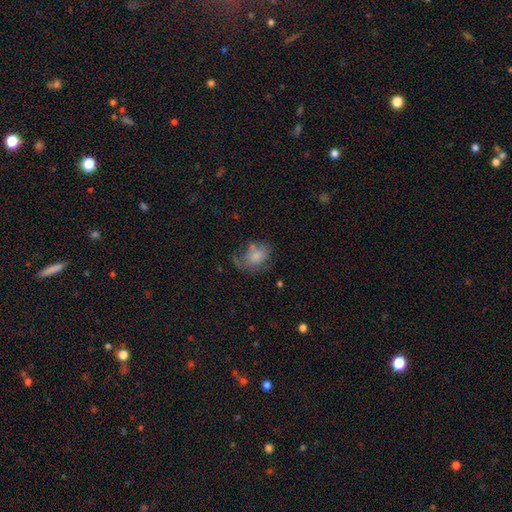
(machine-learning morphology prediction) smooth-or-featured: smooth: 67% | featured or disk: 24% | star or artifact: 9%
  how-rounded: in between: 72% | round: 27% | cigar-shaped: 1%
  merging: none: 33% | major disturbance: 29% | minor disturbance: 29% | merger: 9%